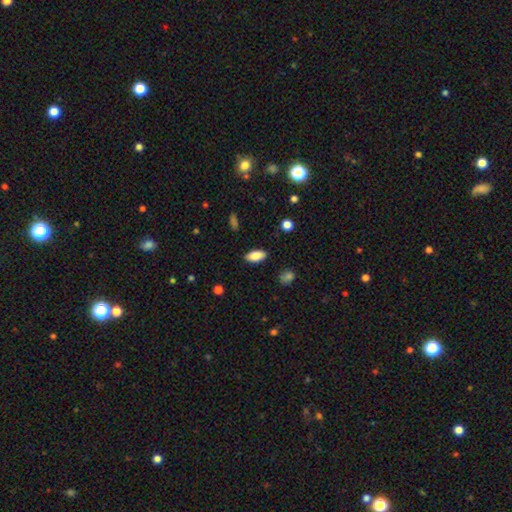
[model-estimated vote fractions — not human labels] The model was most divided on "smooth or featured": smooth: 85%, featured or disk: 8%, star or artifact: 8%. More confident: how rounded — in between (90%); merging — none (87%).